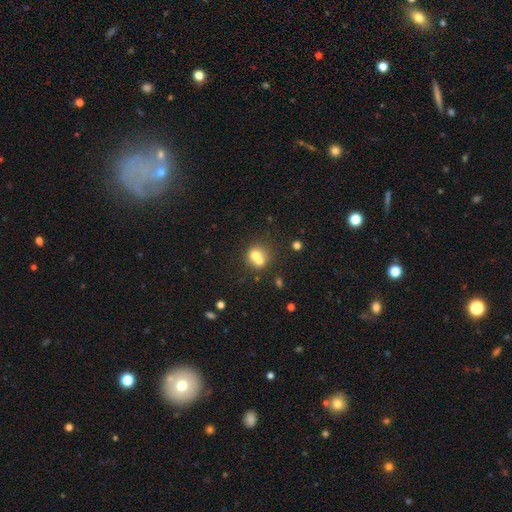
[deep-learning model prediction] This is likely a smooth galaxy (67%). How rounded: likely round (75%). Merging: possibly merger (56%).